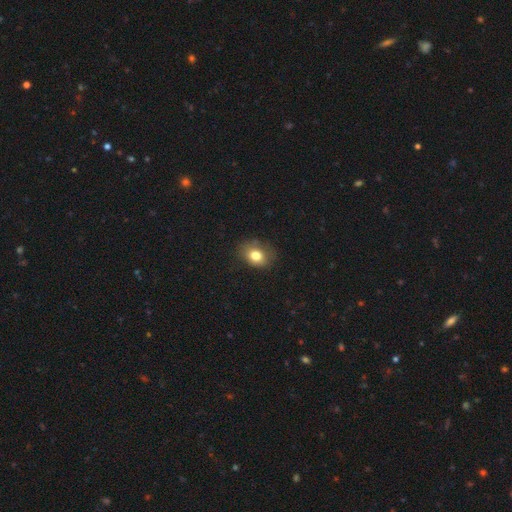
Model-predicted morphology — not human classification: A smooth galaxy with no disk features (80%) that is in between round and cigar-shaped (60%).

Vote fractions:
- Smooth or featured? smooth: 80% / featured or disk: 11% / star or artifact: 10%
- How rounded? in between: 60% / round: 39% / cigar-shaped: 1%
- Merging? none: 72% / minor disturbance: 21% / major disturbance: 6% / merger: 1%